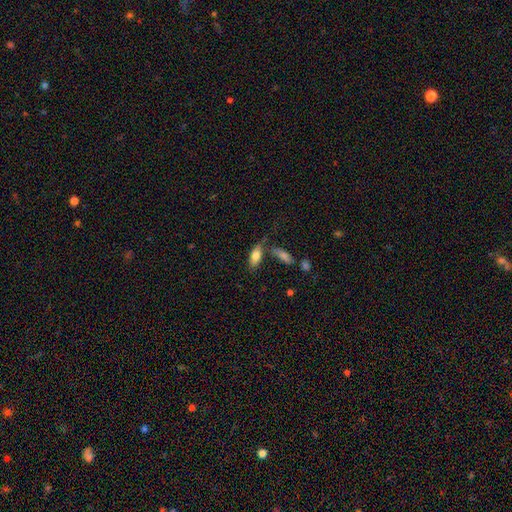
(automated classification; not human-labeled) This is likely a smooth galaxy (76%). How rounded: clearly in between (82%). Merging: possibly none (59%).